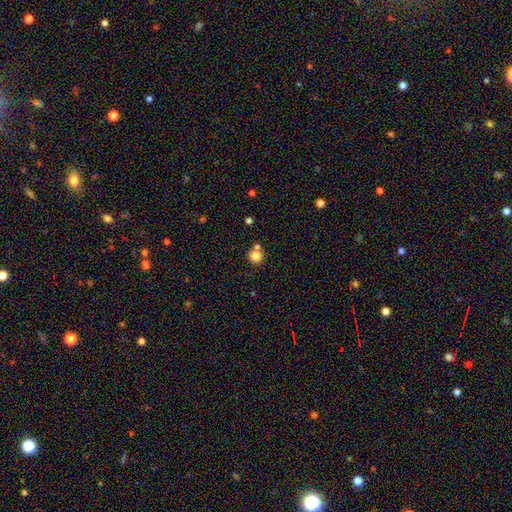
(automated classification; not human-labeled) This is clearly a smooth galaxy (81%). How rounded: clearly round (93%). Merging: likely none (62%).